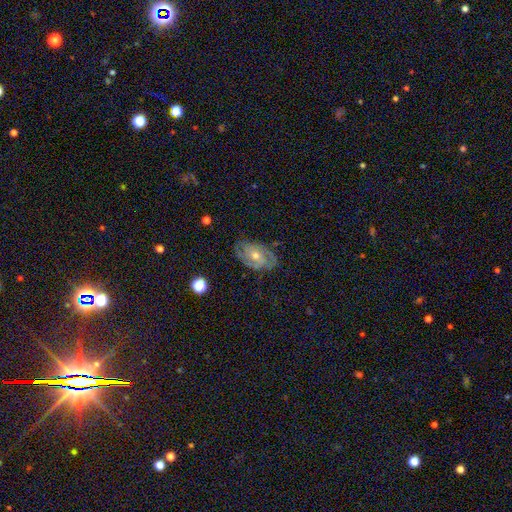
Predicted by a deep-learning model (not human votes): Q: Smooth or featured?
A: featured or disk (76%); runner-up: smooth (15%)
Q: Edge-on disk?
A: no (95%); runner-up: yes (5%)
Q: Bar?
A: no (68%); runner-up: weak (26%)
Q: Spiral arms?
A: yes (91%); runner-up: no (9%)
Q: Spiral winding?
A: tight (60%); runner-up: medium (31%)
Q: Spiral arm count?
A: 2 (36%); runner-up: can't tell (31%)
Q: Bulge size?
A: moderate (56%); runner-up: small (40%)
Q: Merging?
A: none (75%); runner-up: minor disturbance (18%)